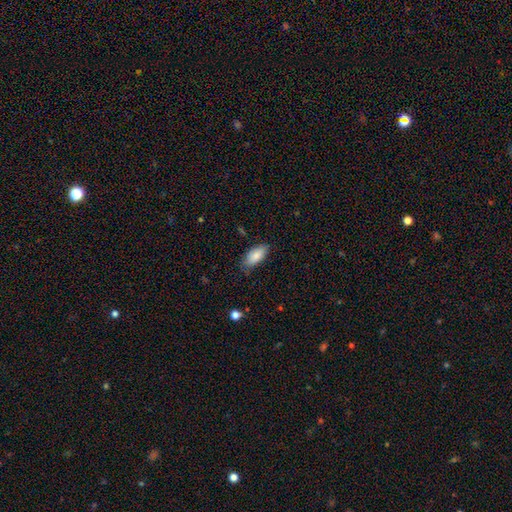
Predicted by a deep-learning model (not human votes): smooth_or_featured: smooth (p=0.86) [alt: featured or disk p=0.08]
how_rounded: in between (p=0.90) [alt: cigar-shaped p=0.08]
merging: none (p=0.72) [alt: minor disturbance p=0.22]